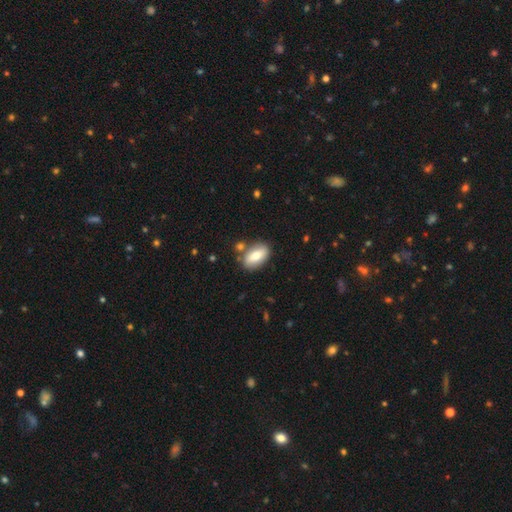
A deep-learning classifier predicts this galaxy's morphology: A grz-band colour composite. It shows a smooth galaxy with no disk features (71%) that is in between round and cigar-shaped (90%). Merging: none (77%).